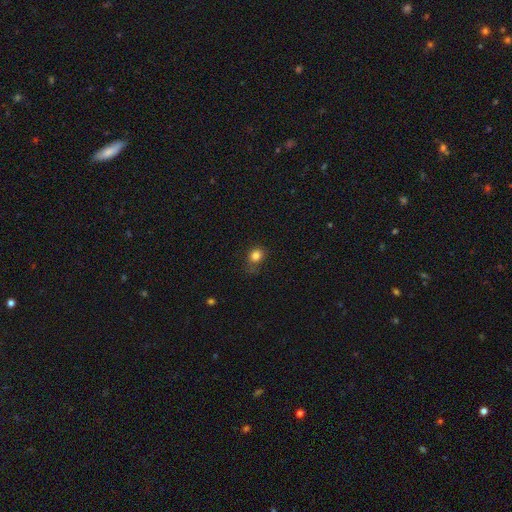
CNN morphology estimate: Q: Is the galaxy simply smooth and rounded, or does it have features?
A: smooth — 82%.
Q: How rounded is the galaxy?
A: round — 68%.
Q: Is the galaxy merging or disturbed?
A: none — 68%.